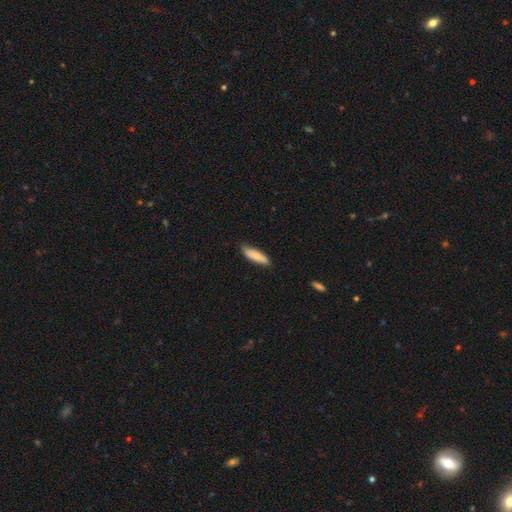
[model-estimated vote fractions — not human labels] smooth 80%, featured or disk 15%, star or artifact 6%. Down the decision tree: how rounded — cigar-shaped (60%); merging — none (82%).